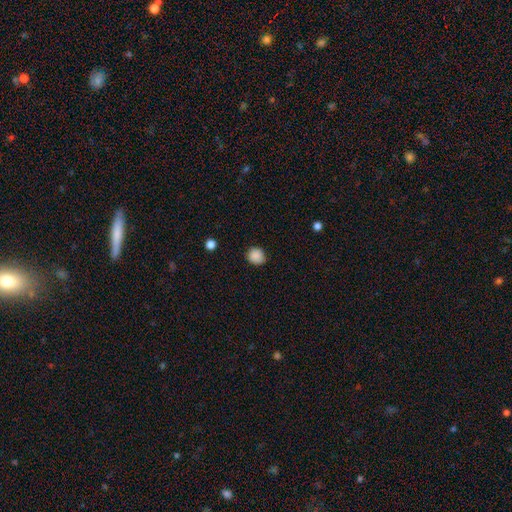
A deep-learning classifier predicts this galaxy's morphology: Smooth or featured: smooth — 88% (star or artifact — 9%)
How rounded: round — 88% (in between — 11%)
Merging: none — 88% (minor disturbance — 9%)